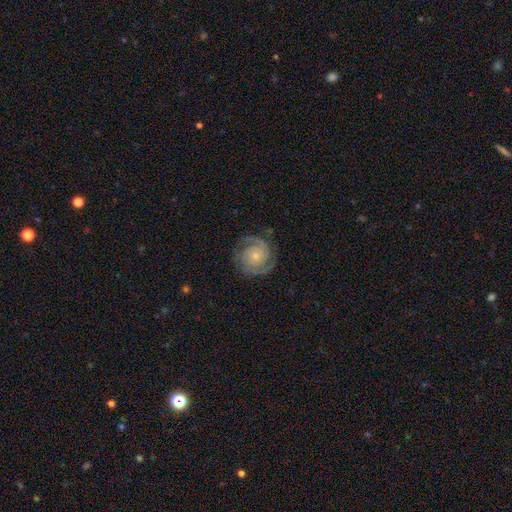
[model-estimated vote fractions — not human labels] This is clearly a featured or disk galaxy (85%). It is clearly not viewed edge-on (98%). Bar: likely no (74%). Spiral arm pattern: clearly yes (97%). Spiral arm count: likely 2 (69%). Spiral winding: likely tight (67%). Central bulge: likely small (61%). Merging: clearly none (80%).